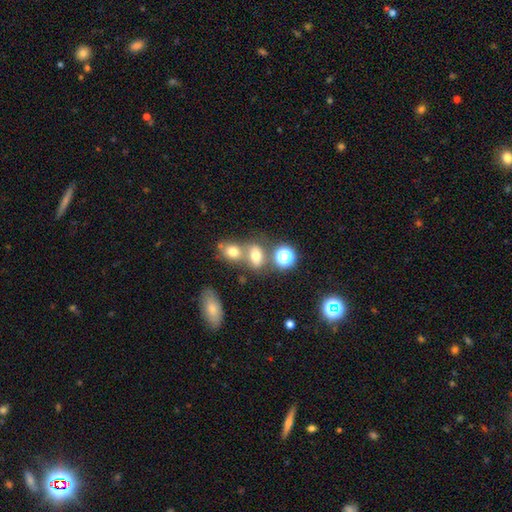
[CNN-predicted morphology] A smooth galaxy with no disk features (67%) that is in between round and cigar-shaped (65%). Merging: none (44%).